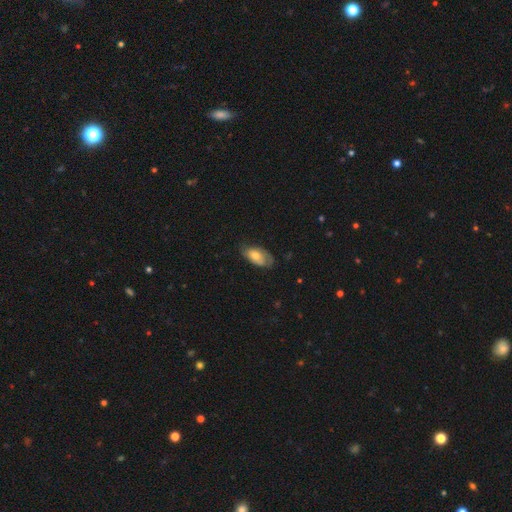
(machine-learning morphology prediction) smooth 65%, featured or disk 29%, star or artifact 7%. Down the decision tree: how rounded — in between (92%); merging — none (58%).